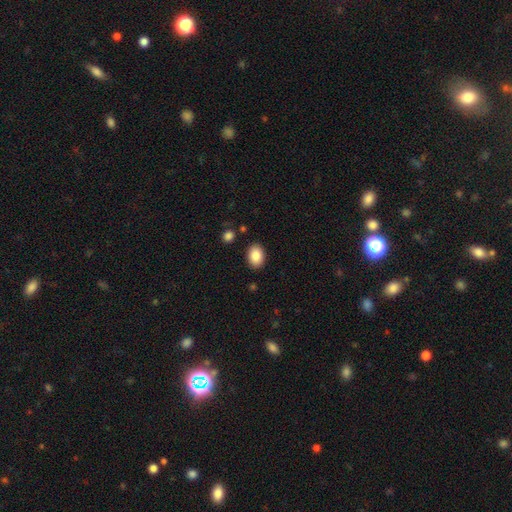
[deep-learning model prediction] This appears to be a smooth galaxy with no disk features (87%) that is in between round and cigar-shaped (79%). Merging: none (88%).